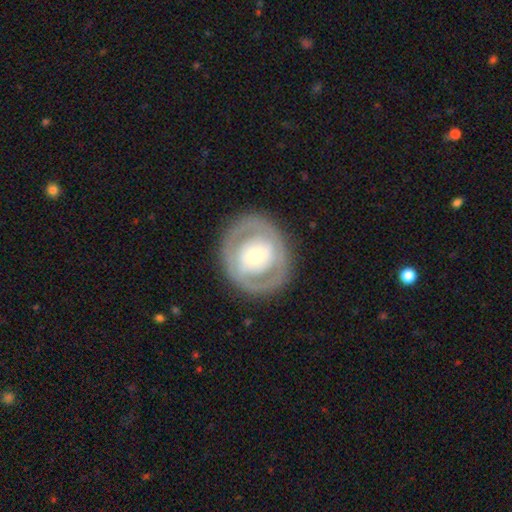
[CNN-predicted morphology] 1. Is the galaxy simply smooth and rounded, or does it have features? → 62% featured or disk, 32% smooth, 5% star or artifact.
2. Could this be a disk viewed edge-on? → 94% no, 6% yes.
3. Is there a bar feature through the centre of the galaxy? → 71% no, 19% weak, 10% strong.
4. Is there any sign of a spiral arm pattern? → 77% no, 23% yes.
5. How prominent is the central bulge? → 56% moderate, 32% small, 10% large, 2% dominant, 1% none.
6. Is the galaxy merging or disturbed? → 83% none, 10% minor disturbance, 6% major disturbance, 1% merger.